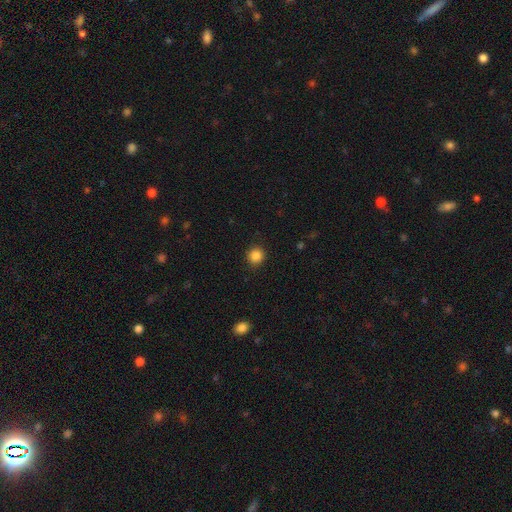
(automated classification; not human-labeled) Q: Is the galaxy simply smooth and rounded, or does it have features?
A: smooth — 86%.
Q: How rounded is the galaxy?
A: round — 93%.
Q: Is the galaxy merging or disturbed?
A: none — 91%.